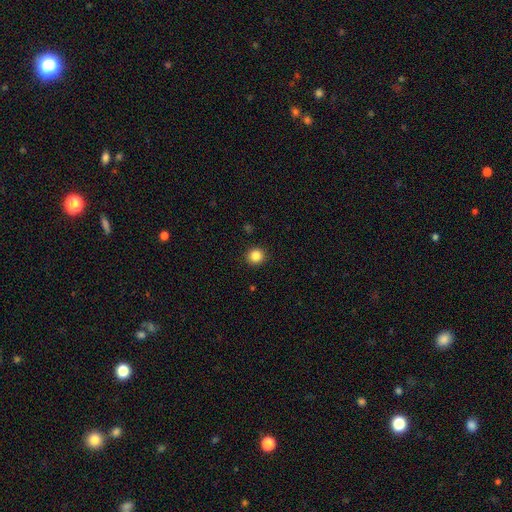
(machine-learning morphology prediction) A smooth galaxy with no disk features (85%) that is round (92%).

Vote fractions:
- Smooth or featured? smooth: 85% / star or artifact: 11% / featured or disk: 4%
- How rounded? round: 92% / in between: 7% / cigar-shaped: 1%
- Merging? none: 92% / minor disturbance: 5% / major disturbance: 2% / merger: 1%